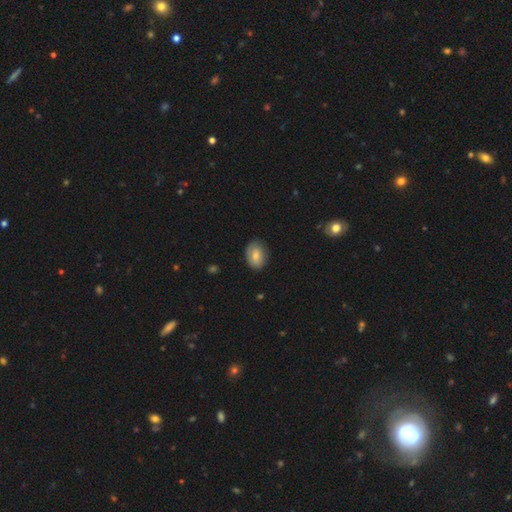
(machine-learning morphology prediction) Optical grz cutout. It shows a smooth galaxy with no disk features (77%) that is in between round and cigar-shaped (83%). Merging: none (81%).